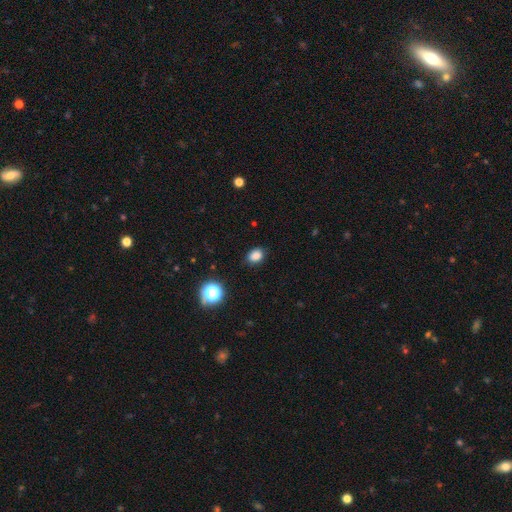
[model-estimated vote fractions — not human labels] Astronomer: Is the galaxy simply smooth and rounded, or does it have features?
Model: smooth — 83%.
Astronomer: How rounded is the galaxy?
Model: in between — 64%.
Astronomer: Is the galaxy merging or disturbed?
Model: none — 85%.